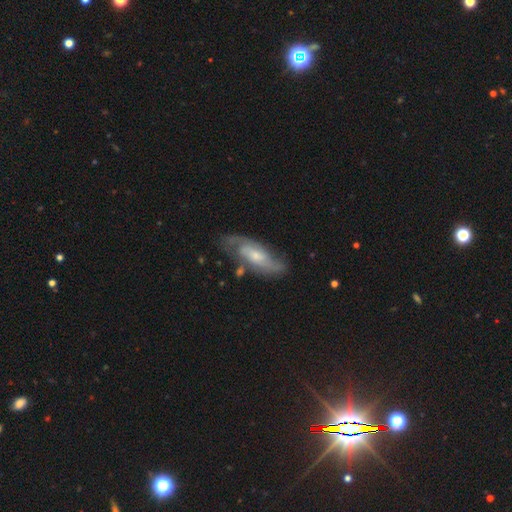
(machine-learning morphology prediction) This appears to be a featured or disk galaxy (74%) with no bar (51%), 2 (72%) medium (45%) spiral arms (91%) and a small central bulge (50%). Merging: none (67%).